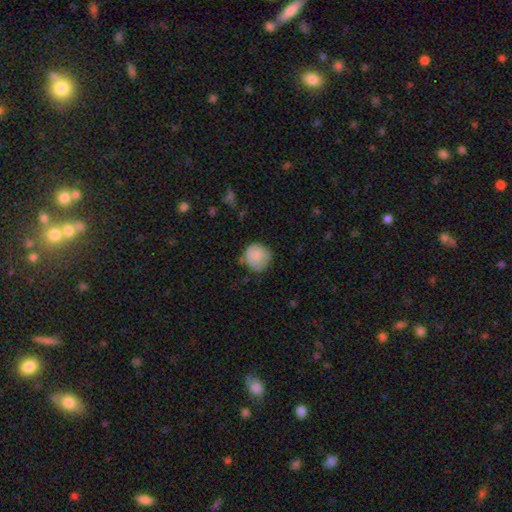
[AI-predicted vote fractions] Q: Smooth or featured?
A: smooth (79%); runner-up: featured or disk (14%)
Q: How rounded?
A: round (89%); runner-up: in between (10%)
Q: Merging?
A: none (66%); runner-up: minor disturbance (25%)